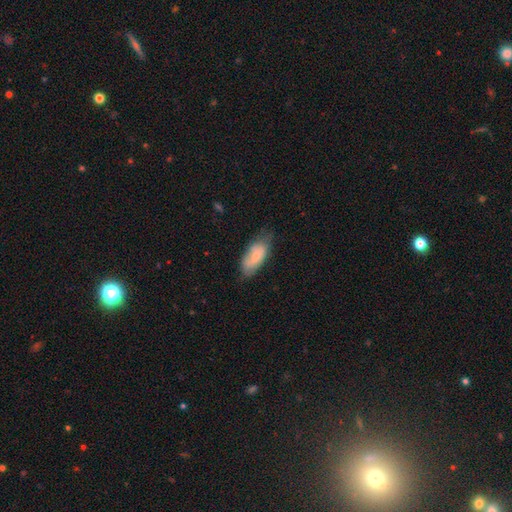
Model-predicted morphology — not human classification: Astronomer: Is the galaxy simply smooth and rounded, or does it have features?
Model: smooth — 69%.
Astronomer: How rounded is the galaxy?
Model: in between — 88%.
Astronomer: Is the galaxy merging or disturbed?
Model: none — 58%.